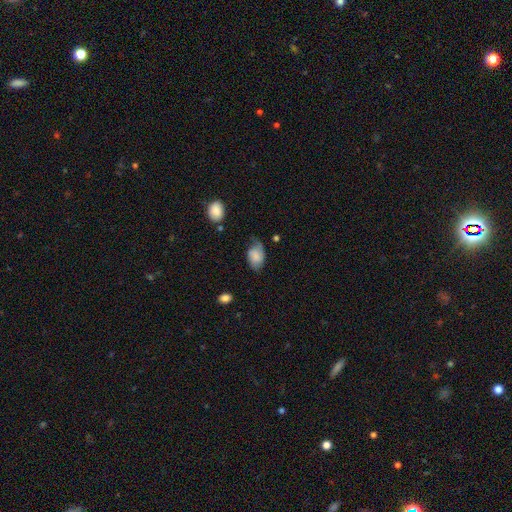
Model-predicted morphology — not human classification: smooth_or_featured: smooth (p=0.66) [alt: featured or disk p=0.26]
how_rounded: in between (p=0.87) [alt: round p=0.12]
merging: none (p=0.50) [alt: minor disturbance p=0.35]